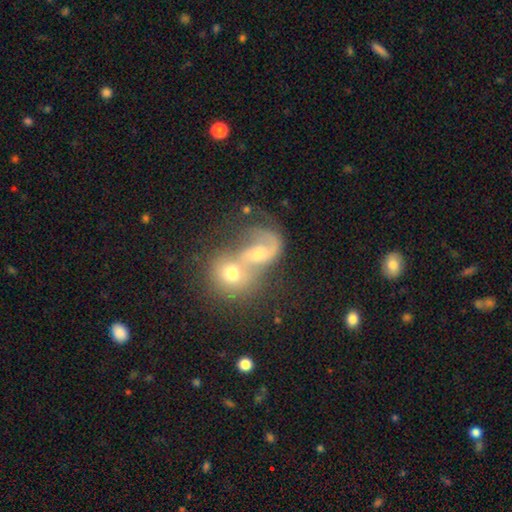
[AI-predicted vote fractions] smooth_or_featured: featured or disk (p=0.64) [alt: smooth p=0.26]
disk_edge_on: no (p=0.96) [alt: yes p=0.04]
bar: no (p=0.55) [alt: weak p=0.33]
has_spiral_arms: yes (p=0.80) [alt: no p=0.20]
bulge_size: moderate (p=0.59) [alt: small p=0.30]
merging: merger (p=0.73) [alt: none p=0.15]